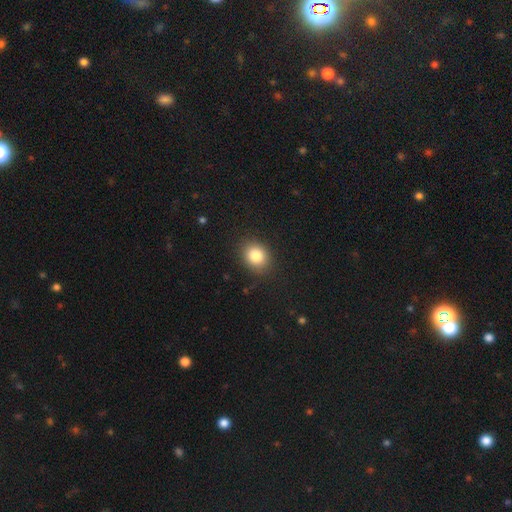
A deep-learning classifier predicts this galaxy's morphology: A smooth galaxy with no disk features (83%) that is round (59%). Merging: none (87%).